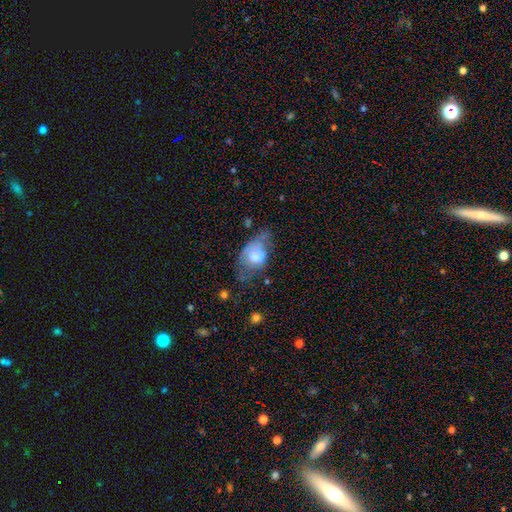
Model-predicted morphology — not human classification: A smooth galaxy with no disk features (57%) that is in between round and cigar-shaped (85%). Merging: major disturbance (39%).